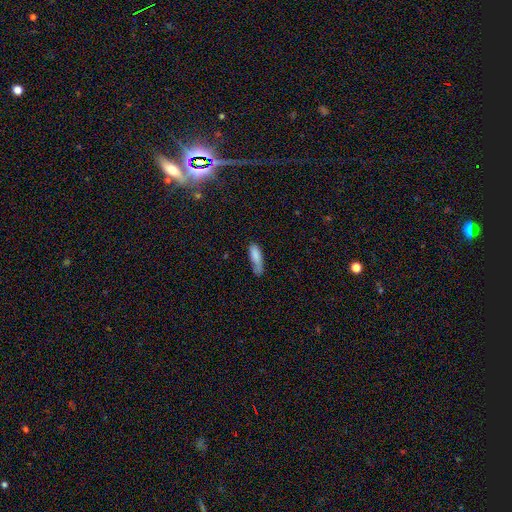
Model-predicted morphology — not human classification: A smooth galaxy with no disk features (84%) that is in between round and cigar-shaped (49%, tied with cigar-shaped). Merging: none (49%).